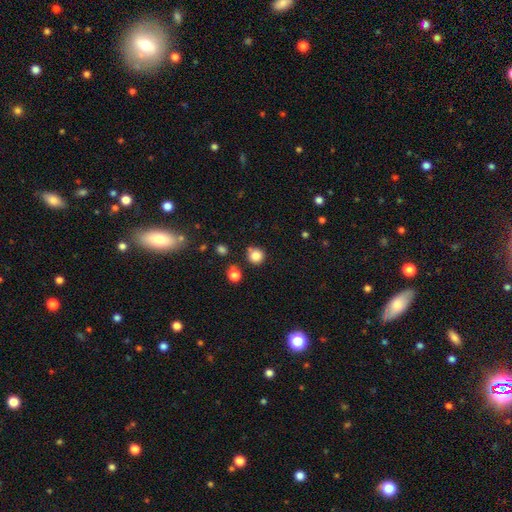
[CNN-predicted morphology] This appears to be a smooth galaxy with no disk features (83%) that is round (92%). Merging: none (79%).